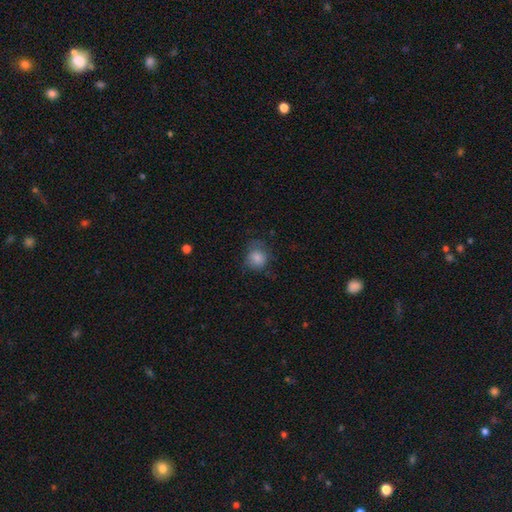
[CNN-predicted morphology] Q: Smooth or featured?
A: smooth (73%); runner-up: star or artifact (14%)
Q: How rounded?
A: round (80%); runner-up: in between (19%)
Q: Merging?
A: none (67%); runner-up: minor disturbance (22%)